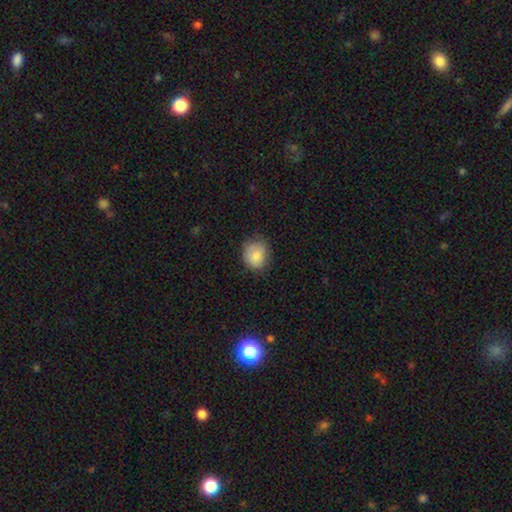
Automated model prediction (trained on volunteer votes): Smooth or featured? Predicted: smooth (p=0.84). How rounded? Predicted: round (p=0.63). Merging? Predicted: none (p=0.69).